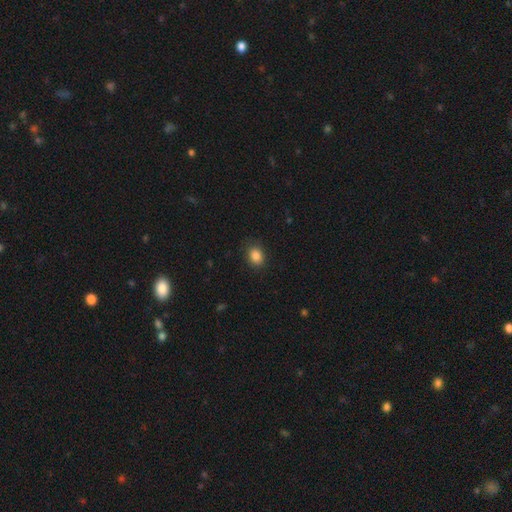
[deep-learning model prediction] Smooth or featured? smooth (86%)
How rounded? in between (62%)
Merging? none (84%)